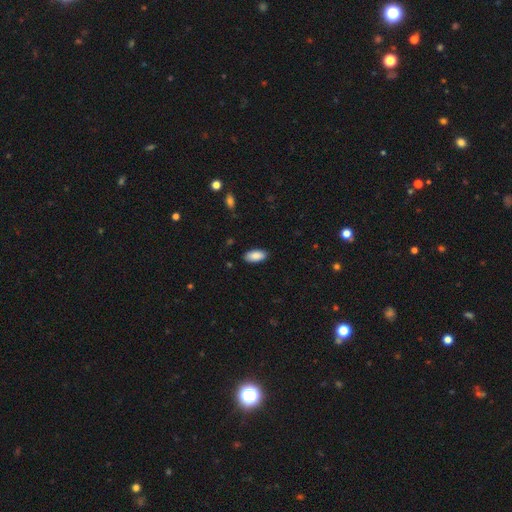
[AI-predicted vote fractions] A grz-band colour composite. It shows a smooth galaxy with no disk features (88%) that is in between round and cigar-shaped (93%). Merging: none (87%).